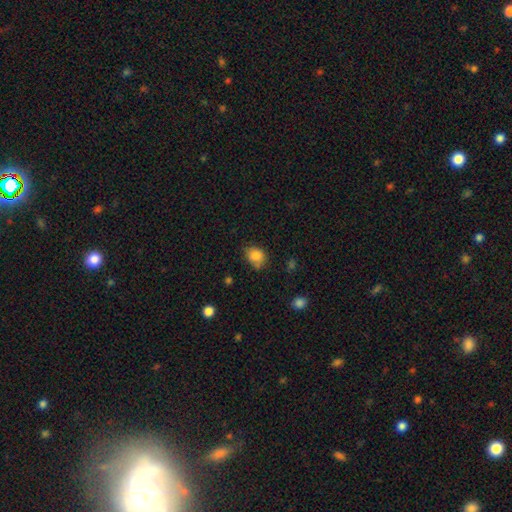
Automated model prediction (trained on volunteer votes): Morphology: type=smooth (84%); roundness=round (50%); merging=none (62%).